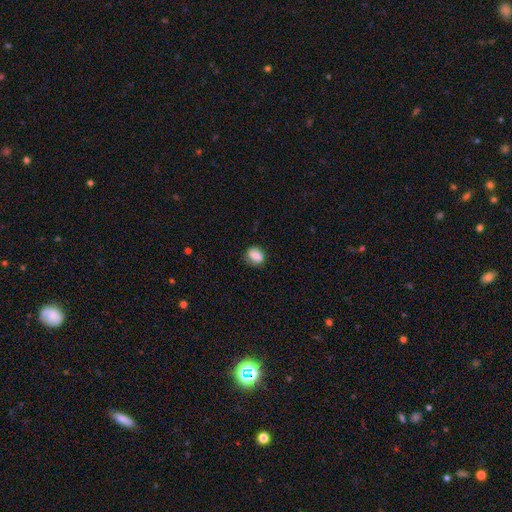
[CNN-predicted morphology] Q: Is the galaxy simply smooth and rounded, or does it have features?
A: smooth — 83%.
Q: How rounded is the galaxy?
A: in between — 58%.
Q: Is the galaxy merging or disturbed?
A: none — 71%.